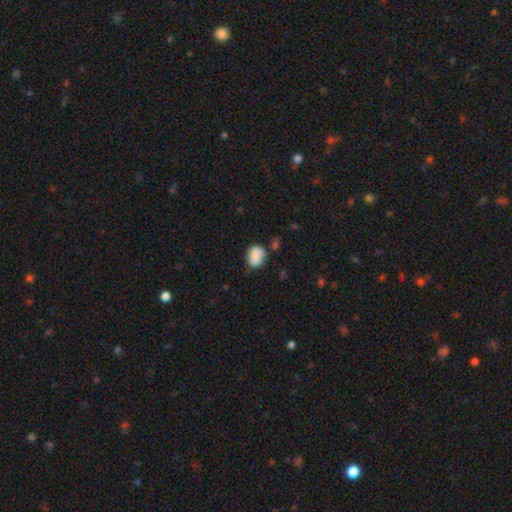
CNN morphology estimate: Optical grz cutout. It shows a smooth galaxy with no disk features (82%) that is round (53%). Merging: none (61%).